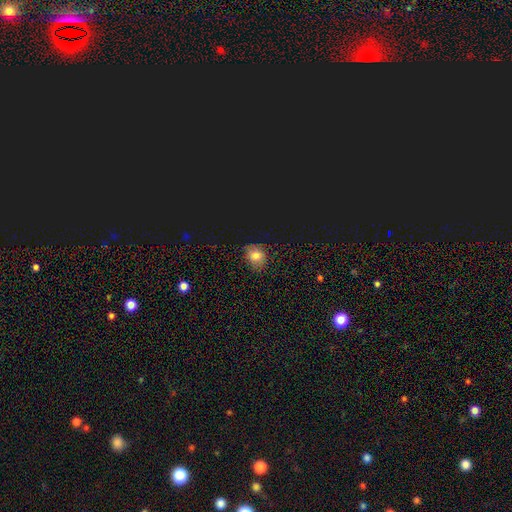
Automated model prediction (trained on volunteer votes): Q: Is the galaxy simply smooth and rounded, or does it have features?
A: smooth — 73%.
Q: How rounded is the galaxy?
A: round — 68%.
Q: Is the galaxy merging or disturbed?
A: none — 80%.